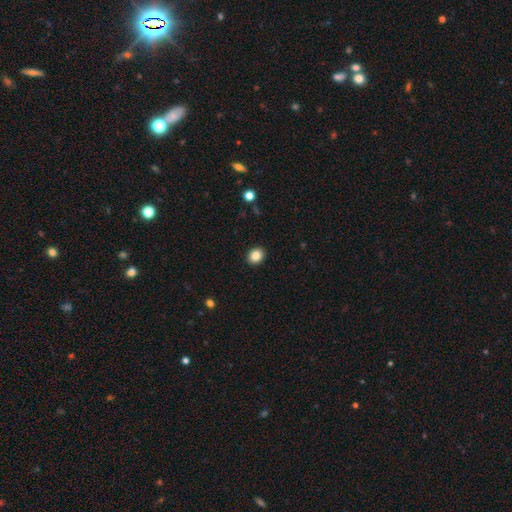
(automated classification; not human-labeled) Smooth or featured? Predicted: smooth (p=0.85). How rounded? Predicted: round (p=0.67). Merging? Predicted: none (p=0.92).